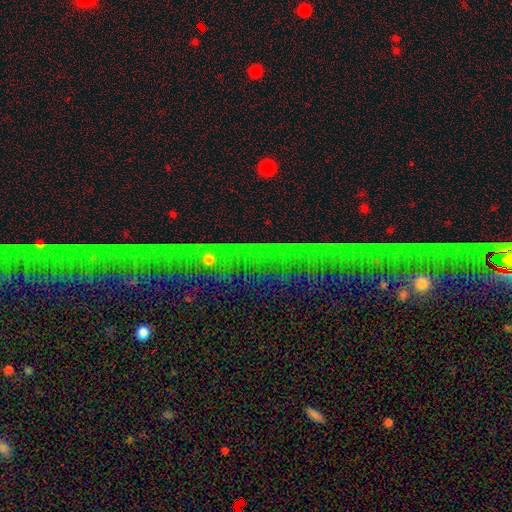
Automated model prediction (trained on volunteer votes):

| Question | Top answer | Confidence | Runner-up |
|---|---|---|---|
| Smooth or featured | star or artifact | 81% | featured or disk (11%) |